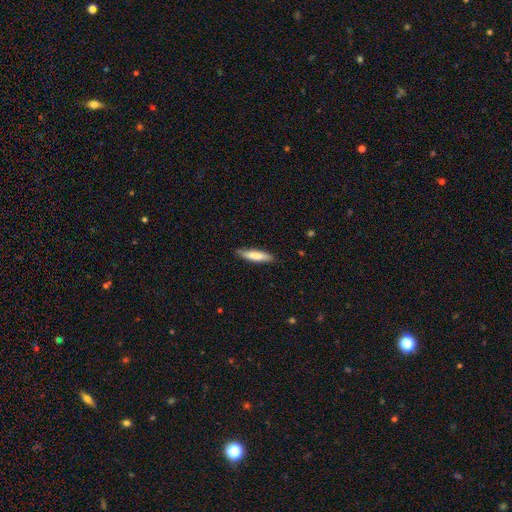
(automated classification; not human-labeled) Overall: smooth (79%). How rounded: cigar-shaped (77%). Merging: none (84%).